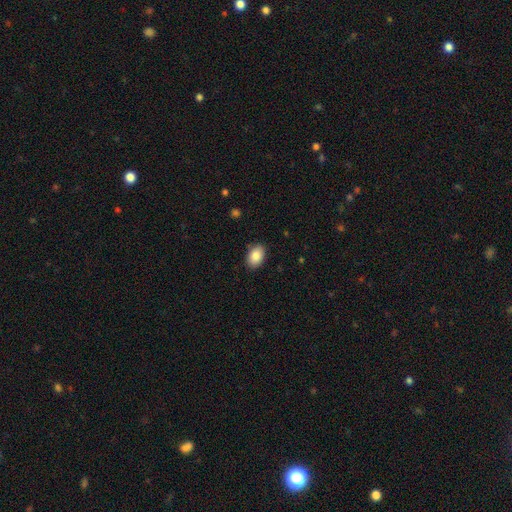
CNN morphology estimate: smooth 87%, star or artifact 7%, featured or disk 6%. Down the decision tree: how rounded — in between (87%); merging — none (87%).